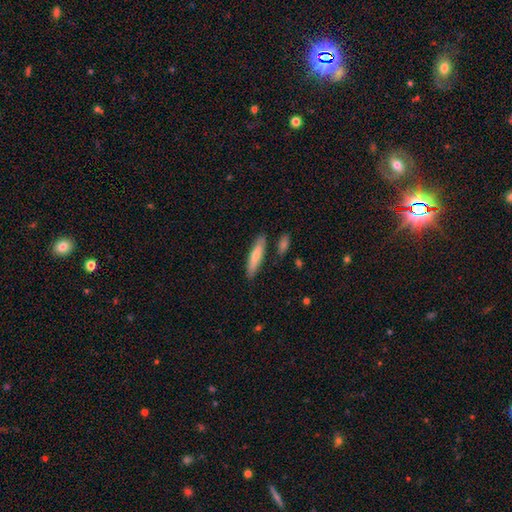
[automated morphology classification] Smooth or featured: smooth — 68% (featured or disk — 26%)
How rounded: cigar-shaped — 78% (in between — 21%)
Merging: none — 82% (minor disturbance — 11%)